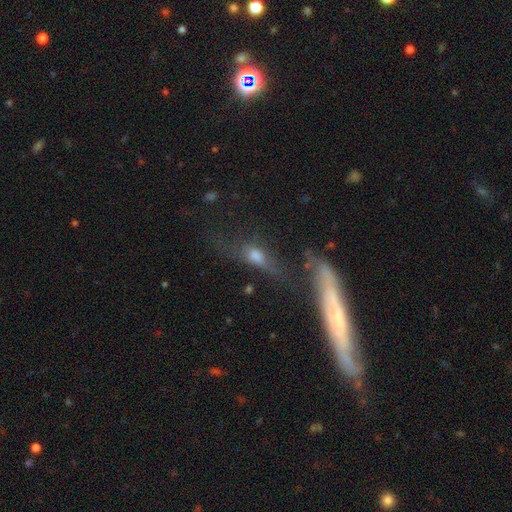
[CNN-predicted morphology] Smooth or featured? Predicted: featured or disk (p=0.42). Merging? Predicted: none (p=0.37).